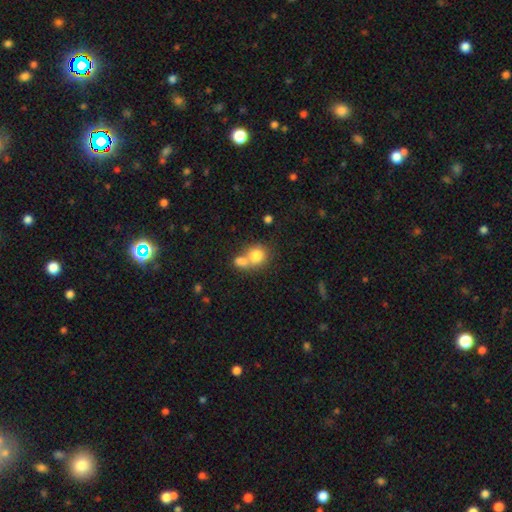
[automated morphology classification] smooth 79%, featured or disk 12%, star or artifact 9%. Down the decision tree: how rounded — round (76%); merging — merger (55%).